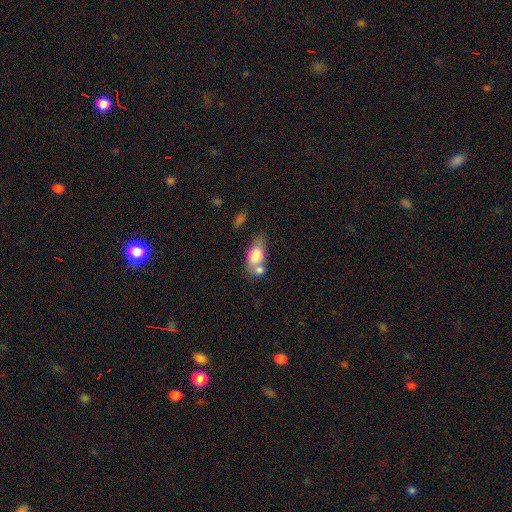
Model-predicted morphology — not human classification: Smooth or featured: smooth — 73% (featured or disk — 20%)
How rounded: in between — 81% (round — 14%)
Merging: merger — 43% (none — 34%)